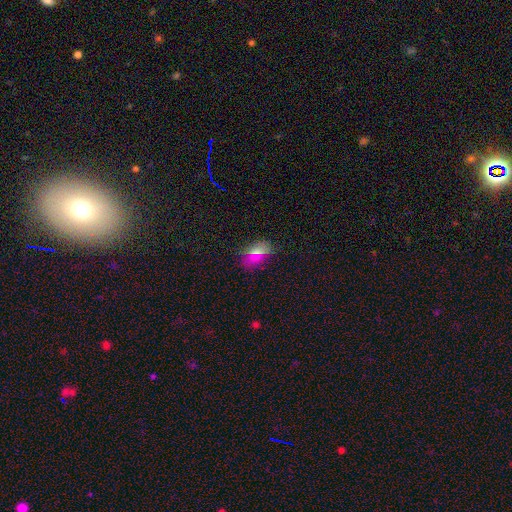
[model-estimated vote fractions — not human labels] Morphology: type=smooth (68%); roundness=in between (86%); merging=none (85%).